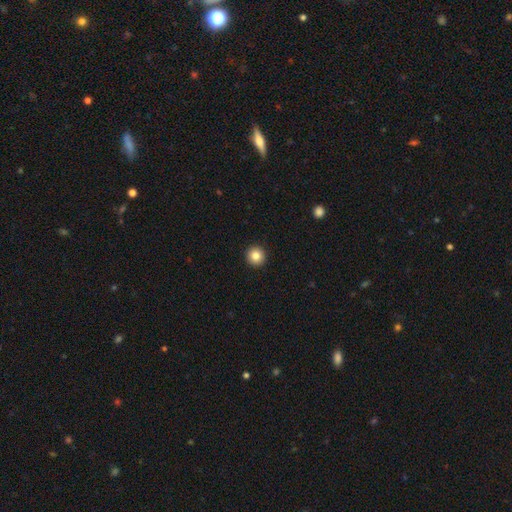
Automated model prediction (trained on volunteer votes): This is clearly a smooth galaxy (84%). How rounded: clearly round (96%). Merging: clearly none (94%).